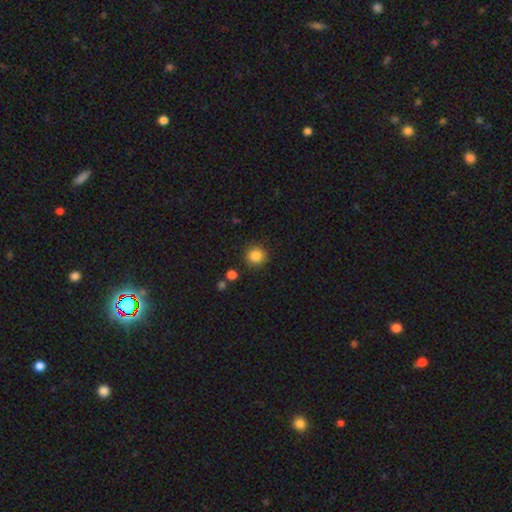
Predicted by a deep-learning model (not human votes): Overall: smooth (85%). How rounded: round (93%). Merging: none (88%).